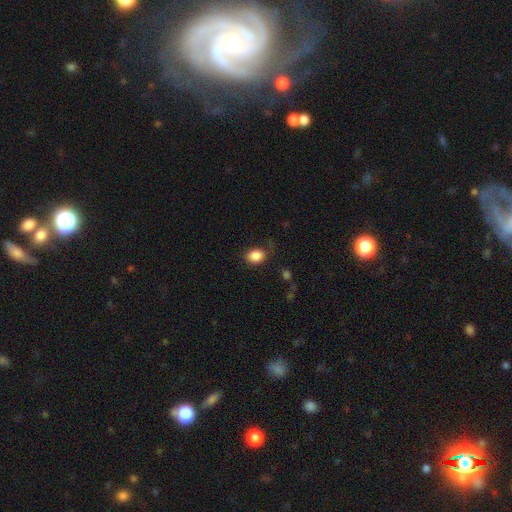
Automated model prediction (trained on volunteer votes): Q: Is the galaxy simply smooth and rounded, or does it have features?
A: smooth — 87%.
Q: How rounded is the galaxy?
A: in between — 67%.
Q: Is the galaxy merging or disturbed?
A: none — 76%.